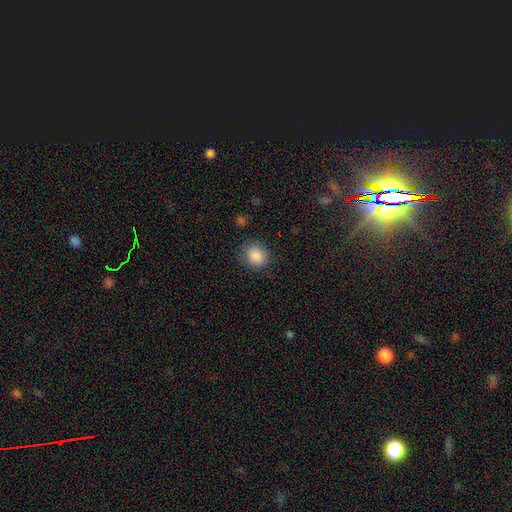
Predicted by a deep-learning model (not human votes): A smooth galaxy with no disk features (87%) that is round (62%).

Vote fractions:
- Smooth or featured? smooth: 87% / star or artifact: 8% / featured or disk: 4%
- How rounded? round: 62% / in between: 37% / cigar-shaped: 1%
- Merging? none: 77% / minor disturbance: 17% / major disturbance: 5% / merger: 1%